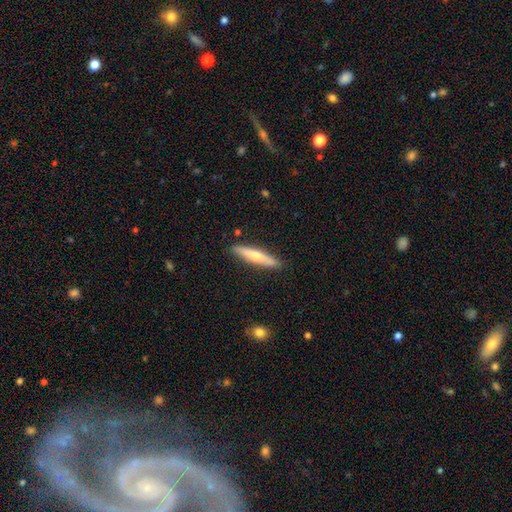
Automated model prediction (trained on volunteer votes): Smooth or featured? smooth (58%)
How rounded? cigar-shaped (87%)
Merging? none (88%)